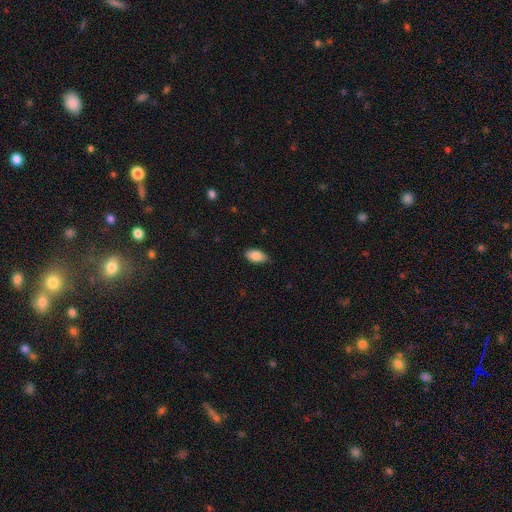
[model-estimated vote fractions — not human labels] A smooth galaxy with no disk features (87%) that is in between round and cigar-shaped (93%).

Vote fractions:
- Smooth or featured? smooth: 87% / star or artifact: 7% / featured or disk: 6%
- How rounded? in between: 93% / round: 4% / cigar-shaped: 3%
- Merging? none: 79% / minor disturbance: 17% / major disturbance: 3% / merger: 1%